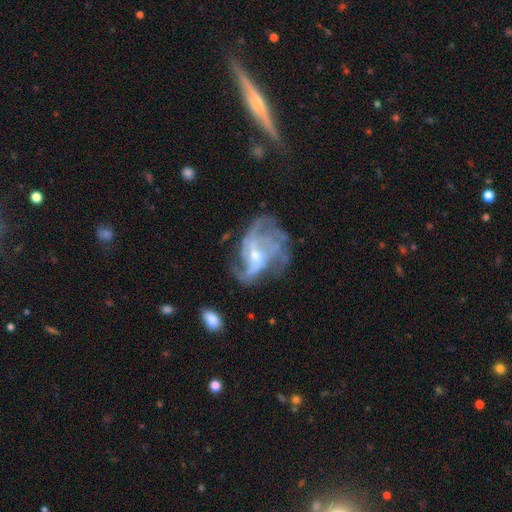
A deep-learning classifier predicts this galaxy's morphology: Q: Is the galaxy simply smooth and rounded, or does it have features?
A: featured or disk — 83%.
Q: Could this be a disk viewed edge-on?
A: no — 97%.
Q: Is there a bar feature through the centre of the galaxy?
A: no — 50%.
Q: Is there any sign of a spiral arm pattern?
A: yes — 88%.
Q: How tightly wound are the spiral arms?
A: medium — 43%.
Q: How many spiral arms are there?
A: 3 — 28%.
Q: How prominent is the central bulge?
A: small — 49%.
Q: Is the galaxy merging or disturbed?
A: none — 46%.